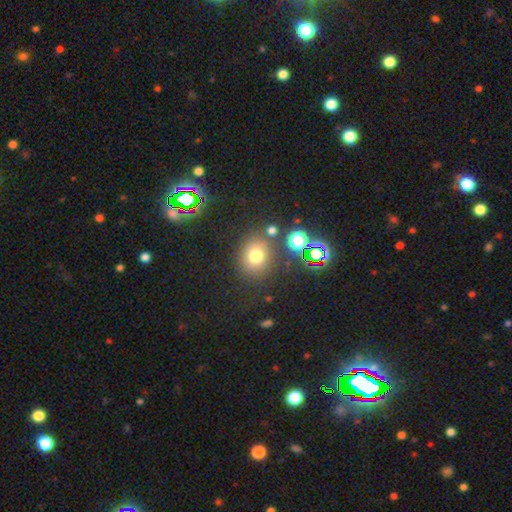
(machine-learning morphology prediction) Q: Smooth or featured?
A: smooth (71%); runner-up: star or artifact (20%)
Q: How rounded?
A: round (72%); runner-up: in between (27%)
Q: Merging?
A: none (78%); runner-up: minor disturbance (10%)